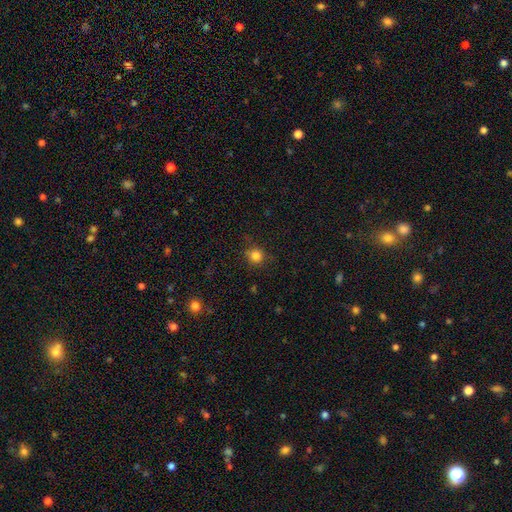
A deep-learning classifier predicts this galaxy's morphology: This is clearly a smooth galaxy (83%). How rounded: clearly round (91%). Merging: clearly none (83%).